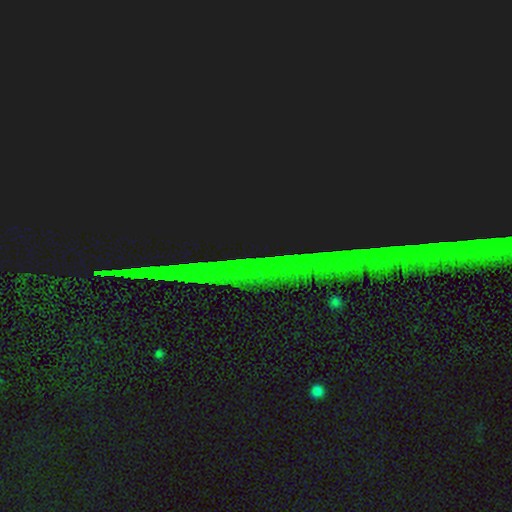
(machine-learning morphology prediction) smooth-or-featured: star or artifact: 84% | featured or disk: 8% | smooth: 8%